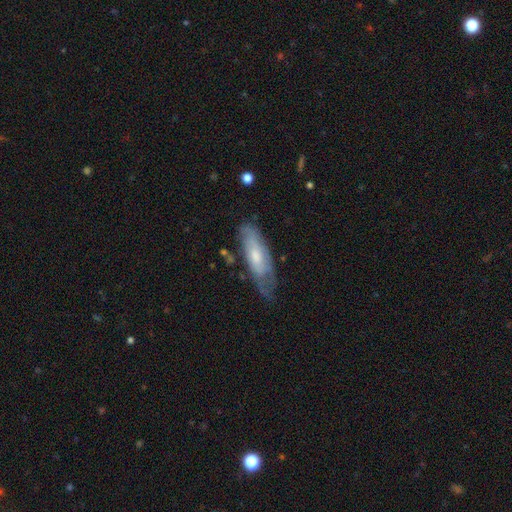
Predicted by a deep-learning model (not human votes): Smooth or featured? featured or disk (51%)
Edge-on disk? no (71%)
Merging? none (55%)